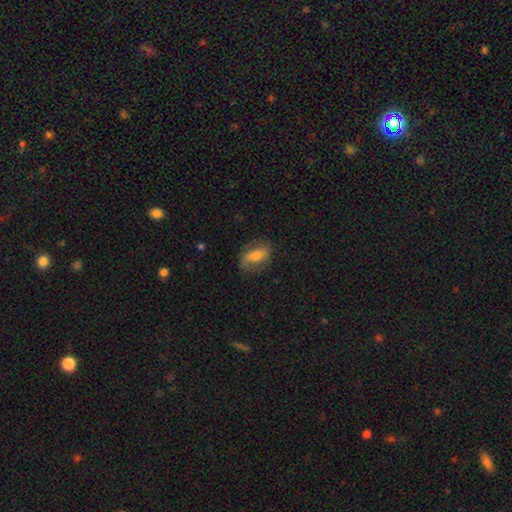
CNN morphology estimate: smooth-or-featured: featured or disk: 48% | smooth: 44% | star or artifact: 8%
  merging: none: 72% | minor disturbance: 19% | major disturbance: 8% | merger: 1%